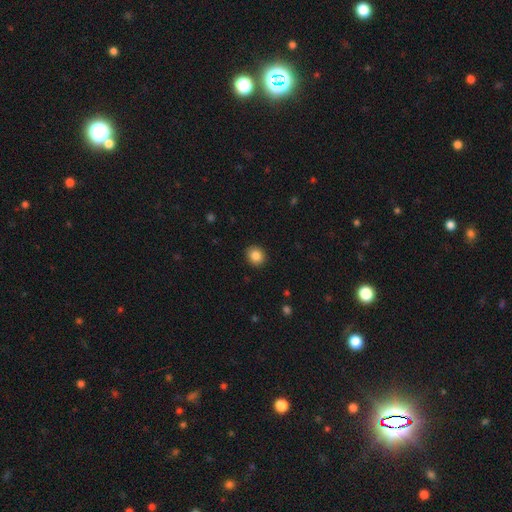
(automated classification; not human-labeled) smooth-or-featured: smooth: 86% | star or artifact: 9% | featured or disk: 5%
  how-rounded: round: 79% | in between: 20% | cigar-shaped: 1%
  merging: none: 91% | minor disturbance: 6% | major disturbance: 2% | merger: 1%